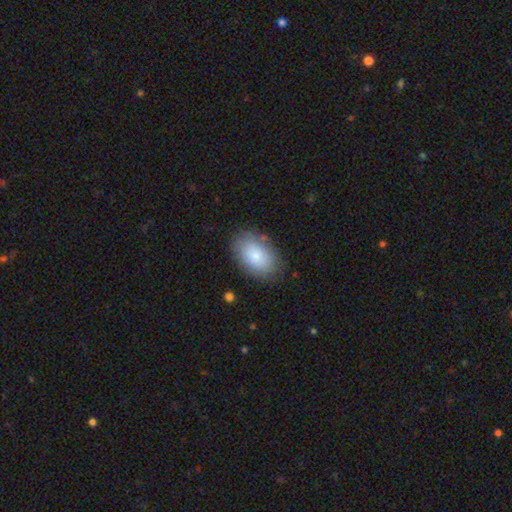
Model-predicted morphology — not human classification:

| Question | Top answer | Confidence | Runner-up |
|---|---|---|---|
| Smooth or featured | smooth | 82% | featured or disk (11%) |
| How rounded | in between | 91% | round (8%) |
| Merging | none | 83% | minor disturbance (12%) |